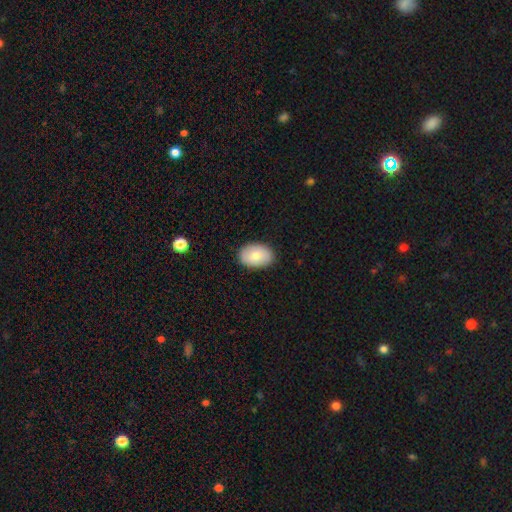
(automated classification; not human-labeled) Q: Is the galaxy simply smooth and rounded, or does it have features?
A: smooth — 81%.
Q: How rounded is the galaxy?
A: in between — 88%.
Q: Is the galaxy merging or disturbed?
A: none — 88%.